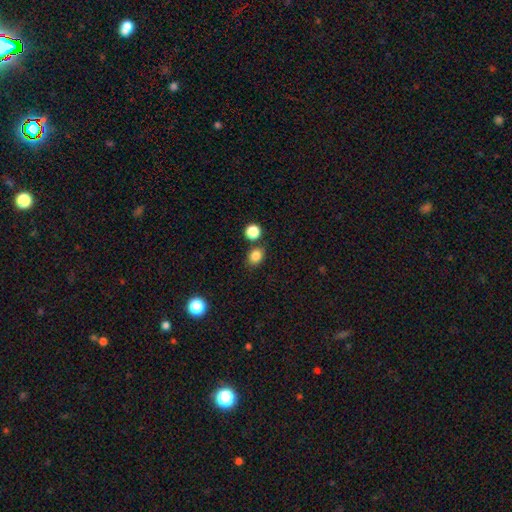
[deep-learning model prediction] Overall: smooth (84%). How rounded: round (50%; in between 48%). Merging: none (73%).